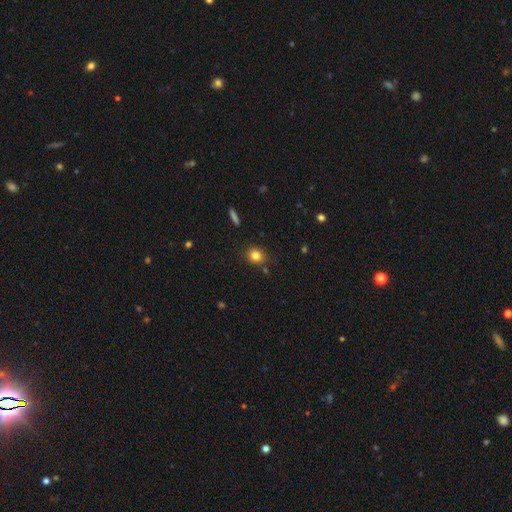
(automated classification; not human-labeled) The model was most divided on "how rounded": round: 74%, in between: 24%, cigar-shaped: 1%. More confident: merging — none (84%); smooth or featured — smooth (81%).